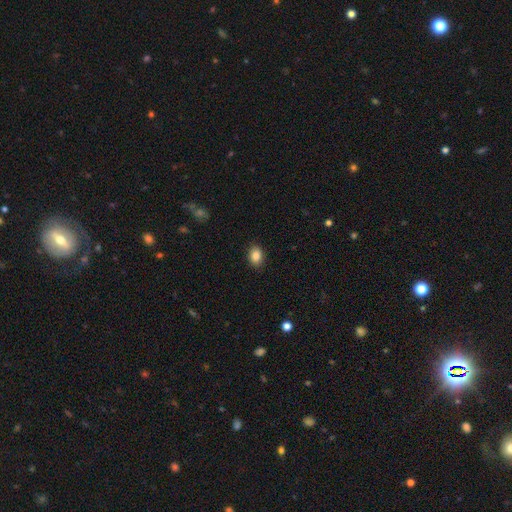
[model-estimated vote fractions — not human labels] smooth_or_featured: smooth (p=0.86) [alt: star or artifact p=0.09]
how_rounded: in between (p=0.73) [alt: round p=0.26]
merging: none (p=0.88) [alt: minor disturbance p=0.09]